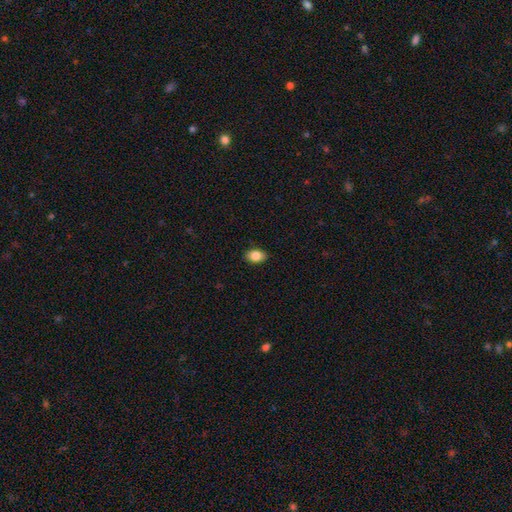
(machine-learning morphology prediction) This is clearly a smooth galaxy (85%). How rounded: clearly in between (85%). Merging: clearly none (88%).